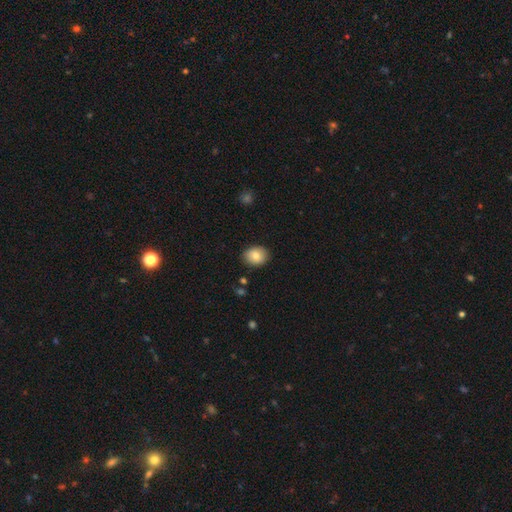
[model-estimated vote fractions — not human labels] Smooth or featured?
  - smooth: 80% *
  - featured or disk: 11%
  - star or artifact: 9%
How rounded?
  - round: 55% *
  - in between: 44%
  - cigar-shaped: 1%
Merging?
  - none: 87% *
  - minor disturbance: 10%
  - major disturbance: 2%
  - merger: 1%